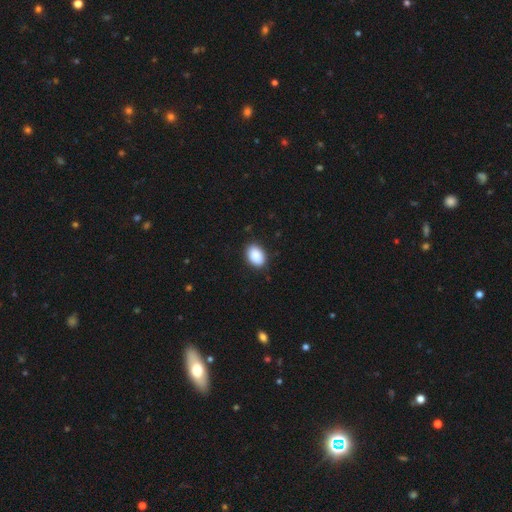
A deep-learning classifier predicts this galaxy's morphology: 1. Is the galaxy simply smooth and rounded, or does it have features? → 90% smooth, 7% star or artifact, 3% featured or disk.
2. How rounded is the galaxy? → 85% in between, 14% round, 1% cigar-shaped.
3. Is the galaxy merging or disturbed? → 88% none, 9% minor disturbance, 2% major disturbance, 1% merger.